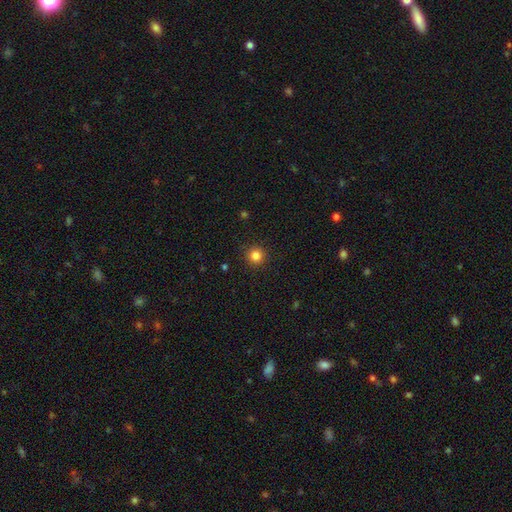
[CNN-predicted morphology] A smooth galaxy with no disk features (83%) that is round (95%).

Vote fractions:
- Smooth or featured? smooth: 83% / star or artifact: 13% / featured or disk: 4%
- How rounded? round: 95% / in between: 4% / cigar-shaped: 1%
- Merging? none: 92% / minor disturbance: 5% / major disturbance: 2% / merger: 1%